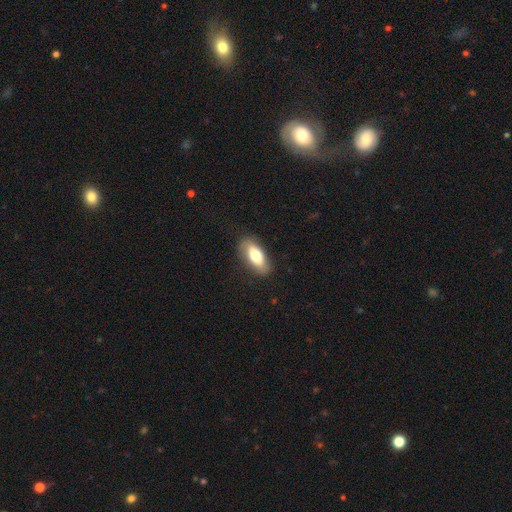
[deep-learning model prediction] Smooth or featured?
  - smooth: 68% *
  - featured or disk: 26%
  - star or artifact: 6%
How rounded?
  - in between: 81% *
  - cigar-shaped: 16%
  - round: 3%
Merging?
  - none: 84% *
  - minor disturbance: 12%
  - major disturbance: 3%
  - merger: 1%